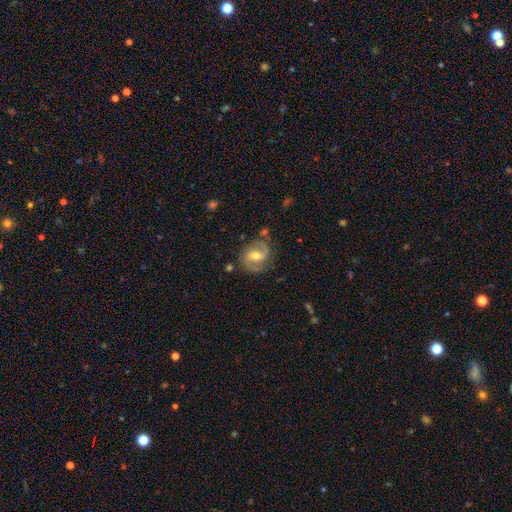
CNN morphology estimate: Overall: featured or disk (85%). Edge-on disk: no (98%). Bar: weak (47%; no 30%). Spiral arms: yes (96%). Spiral arm count: 2 (91%). Spiral winding: medium (55%; loose 23%). Bulge size: moderate (66%; small 28%). Merging: none (78%).